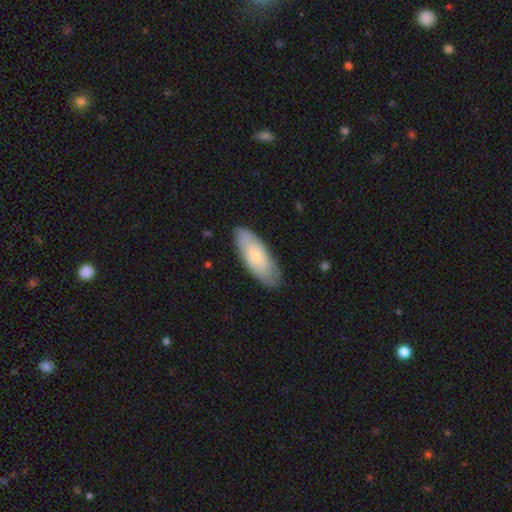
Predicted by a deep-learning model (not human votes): This appears to be a smooth galaxy with no disk features (59%) that is in between round and cigar-shaped (73%). Merging: none (80%).